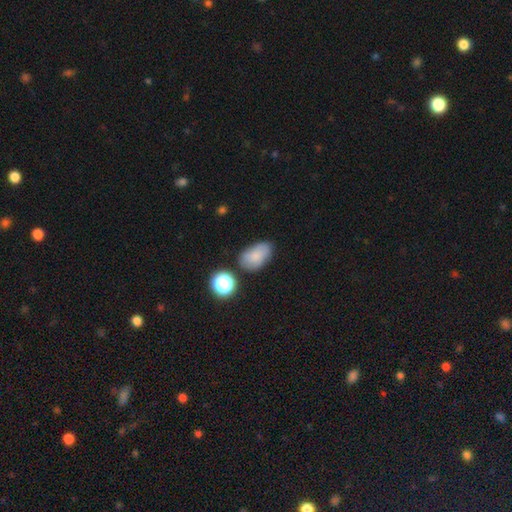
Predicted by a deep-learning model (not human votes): smooth 77%, featured or disk 12%, star or artifact 11%. Down the decision tree: how rounded — in between (87%); merging — none (64%).